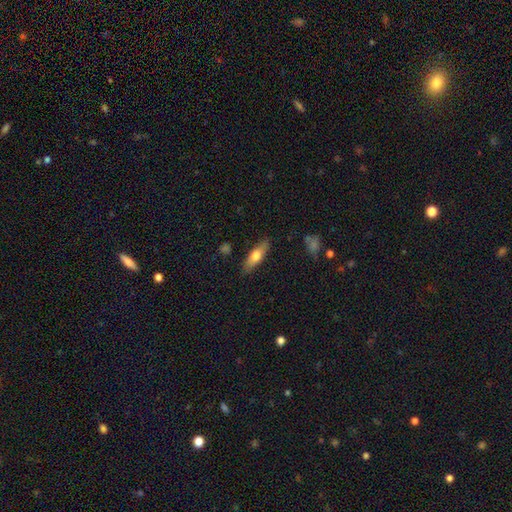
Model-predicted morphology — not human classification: A smooth galaxy with no disk features (65%) that is cigar-shaped (53%).

Vote fractions:
- Smooth or featured? smooth: 65% / featured or disk: 29% / star or artifact: 6%
- How rounded? cigar-shaped: 53% / in between: 44% / round: 3%
- Merging? none: 85% / minor disturbance: 11% / major disturbance: 2% / merger: 1%